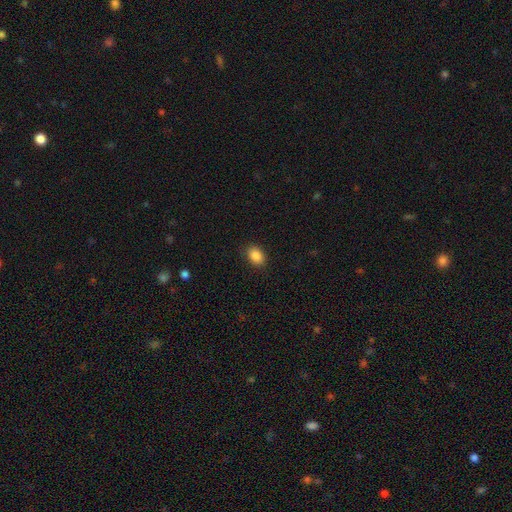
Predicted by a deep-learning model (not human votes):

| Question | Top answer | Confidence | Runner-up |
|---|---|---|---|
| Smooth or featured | smooth | 88% | star or artifact (9%) |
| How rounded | in between | 79% | round (20%) |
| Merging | none | 88% | minor disturbance (9%) |